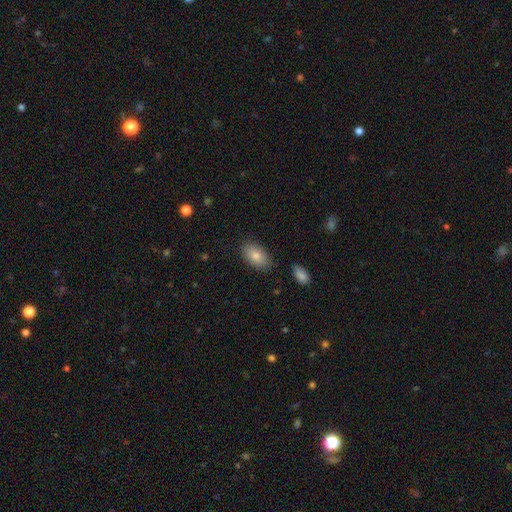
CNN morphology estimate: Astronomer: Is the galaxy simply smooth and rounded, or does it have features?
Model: smooth — 79%.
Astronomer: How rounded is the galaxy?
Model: in between — 91%.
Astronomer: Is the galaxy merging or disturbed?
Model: none — 83%.